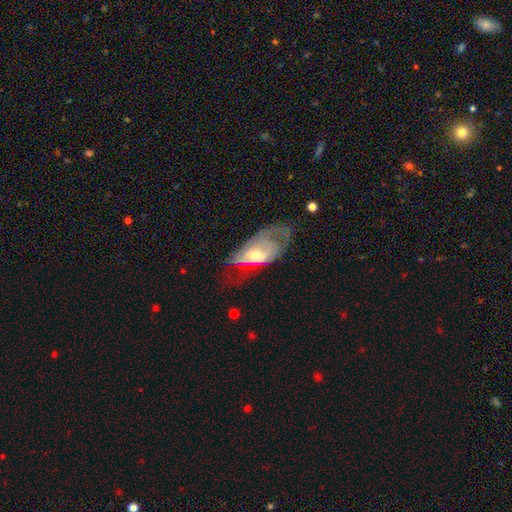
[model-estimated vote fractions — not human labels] Morphology: type=featured or disk (60%); edge-on=no (90%); bar=no (70%); spiral arms=yes (56%); bulge=moderate (54%); merging=major disturbance (46%).